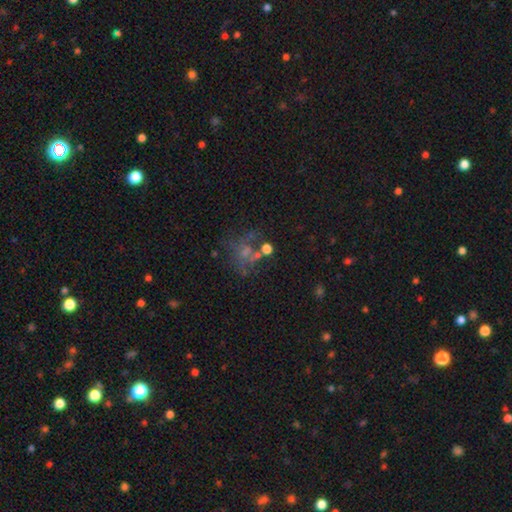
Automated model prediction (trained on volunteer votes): This appears to be a featured or disk galaxy (36%). Merging: none (42%).